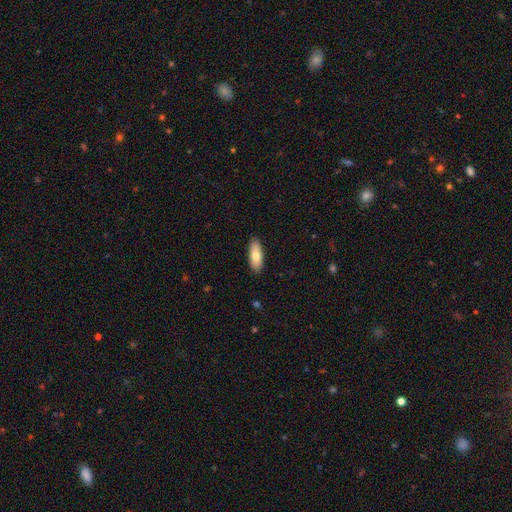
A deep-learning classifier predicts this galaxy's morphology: Smooth or featured: smooth — 74% (featured or disk — 20%)
How rounded: in between — 75% (cigar-shaped — 23%)
Merging: none — 89% (minor disturbance — 8%)